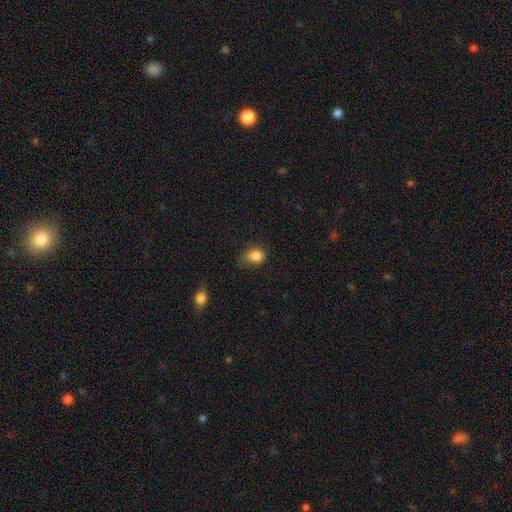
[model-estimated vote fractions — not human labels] smooth_or_featured: smooth (p=0.84) [alt: star or artifact p=0.10]
how_rounded: in between (p=0.50) [alt: round p=0.49]
merging: none (p=0.45) [alt: minor disturbance p=0.37]